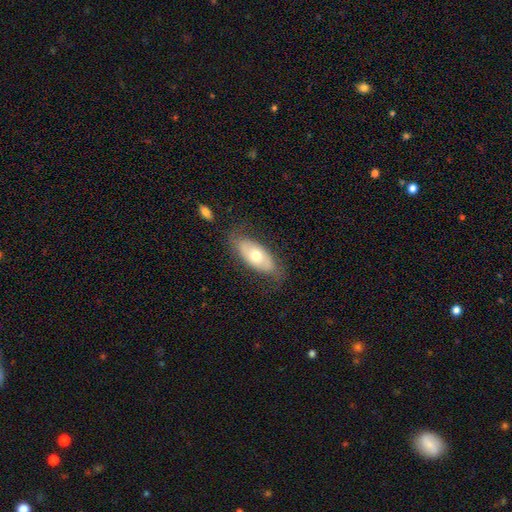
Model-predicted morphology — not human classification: Smooth or featured? smooth (56%)
How rounded? in between (86%)
Merging? none (75%)